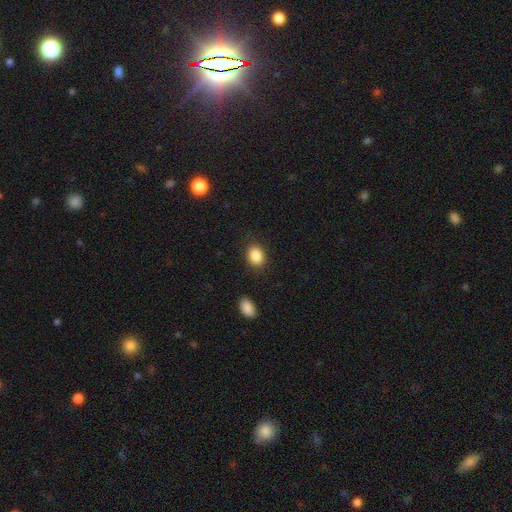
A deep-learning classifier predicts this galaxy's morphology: This appears to be a smooth galaxy with no disk features (87%) that is in between round and cigar-shaped (56%). Merging: none (86%).